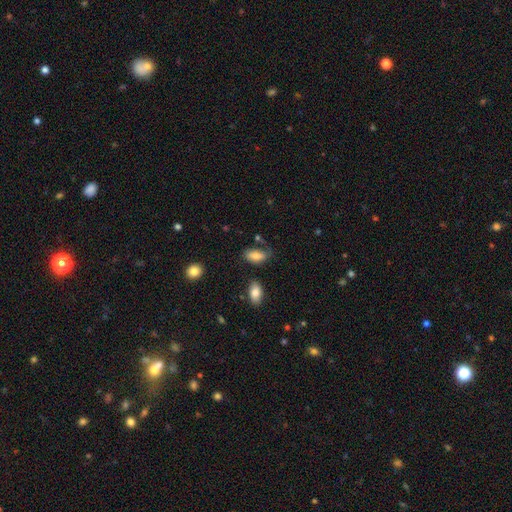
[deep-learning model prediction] smooth-or-featured: smooth: 73% | featured or disk: 19% | star or artifact: 8%
  how-rounded: in between: 92% | round: 4% | cigar-shaped: 4%
  merging: none: 48% | minor disturbance: 27% | major disturbance: 19% | merger: 6%